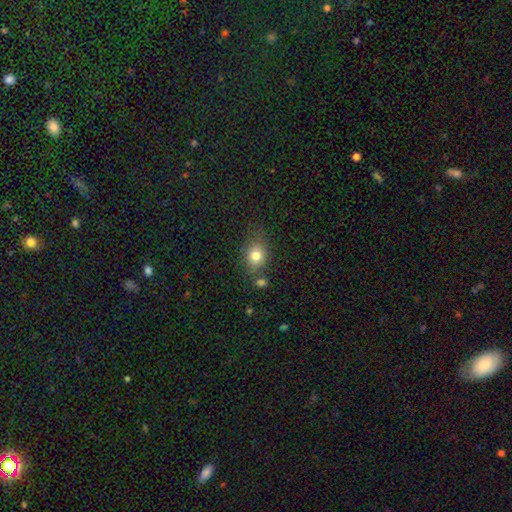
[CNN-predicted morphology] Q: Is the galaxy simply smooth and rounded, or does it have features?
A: smooth — 78%.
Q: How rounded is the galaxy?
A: in between — 50%.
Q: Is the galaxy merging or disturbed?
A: none — 66%.